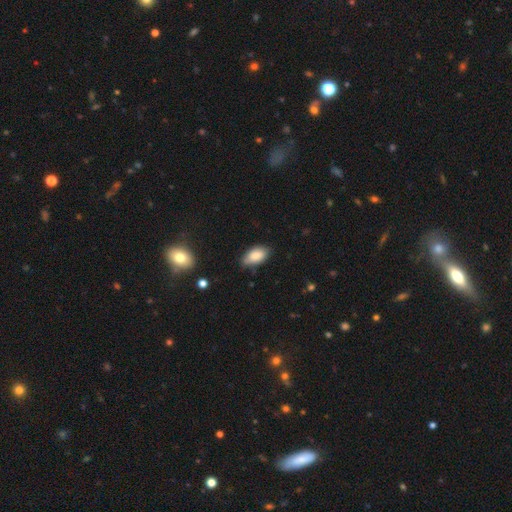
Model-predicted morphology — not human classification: Overall: smooth (85%). How rounded: in between (93%). Merging: none (68%).